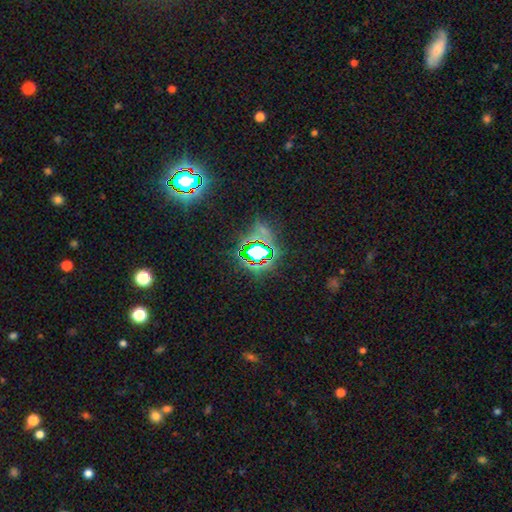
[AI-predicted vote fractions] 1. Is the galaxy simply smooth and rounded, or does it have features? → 78% star or artifact, 14% smooth, 8% featured or disk.